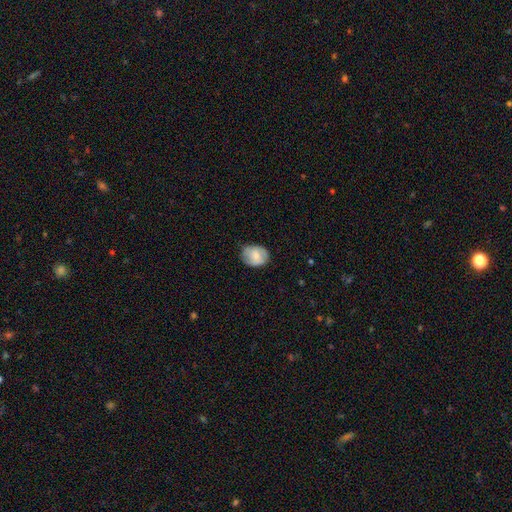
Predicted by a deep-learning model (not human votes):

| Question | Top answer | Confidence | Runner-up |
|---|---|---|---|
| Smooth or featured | smooth | 68% | featured or disk (25%) |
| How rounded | in between | 54% | round (45%) |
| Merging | none | 69% | minor disturbance (25%) |